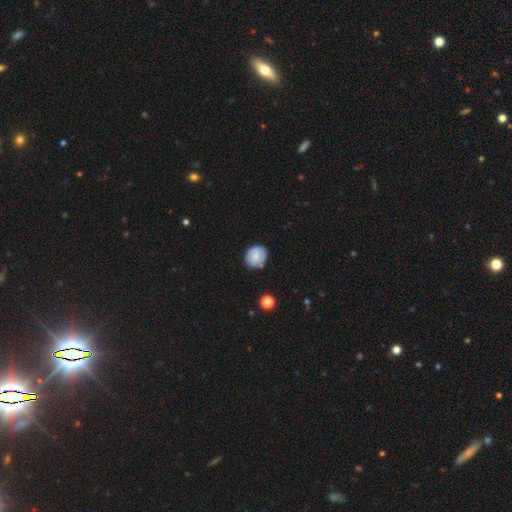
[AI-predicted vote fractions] A smooth galaxy with no disk features (67%) that is round (77%).

Vote fractions:
- Smooth or featured? smooth: 67% / featured or disk: 25% / star or artifact: 8%
- How rounded? round: 77% / in between: 22% / cigar-shaped: 1%
- Merging? none: 81% / minor disturbance: 14% / major disturbance: 3% / merger: 2%